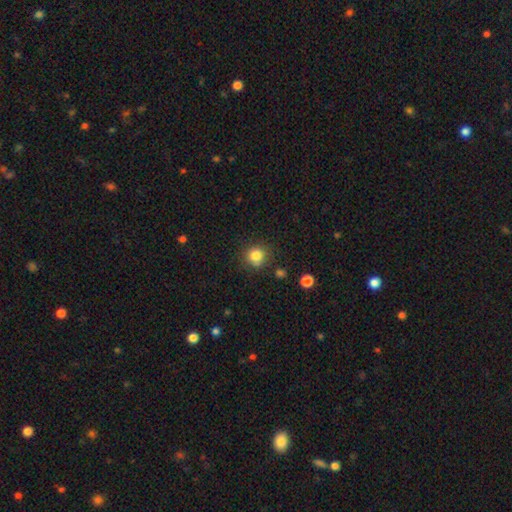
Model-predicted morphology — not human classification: Smooth or featured? smooth (83%)
How rounded? round (89%)
Merging? none (81%)